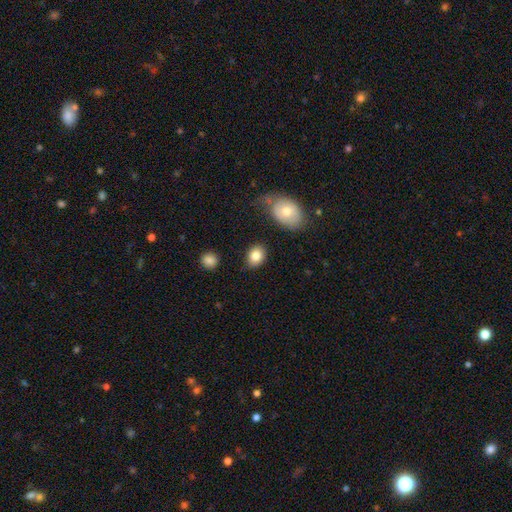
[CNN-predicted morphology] Q: Smooth or featured?
A: smooth (83%); runner-up: star or artifact (8%)
Q: How rounded?
A: in between (63%); runner-up: round (36%)
Q: Merging?
A: none (82%); runner-up: minor disturbance (11%)